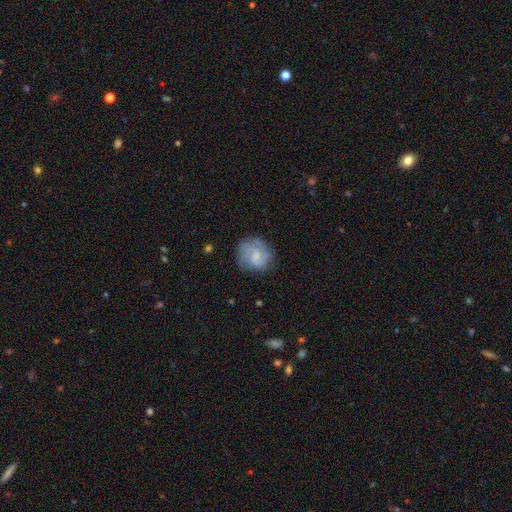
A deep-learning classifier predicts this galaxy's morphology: Q: Smooth or featured?
A: featured or disk (60%); runner-up: smooth (33%)
Q: Edge-on disk?
A: no (98%); runner-up: yes (2%)
Q: Bar?
A: no (50%); runner-up: weak (43%)
Q: Spiral arms?
A: yes (87%); runner-up: no (13%)
Q: Spiral winding?
A: tight (46%); runner-up: medium (40%)
Q: Spiral arm count?
A: 2 (39%); runner-up: can't tell (28%)
Q: Bulge size?
A: small (46%); runner-up: moderate (25%)
Q: Merging?
A: none (69%); runner-up: minor disturbance (21%)